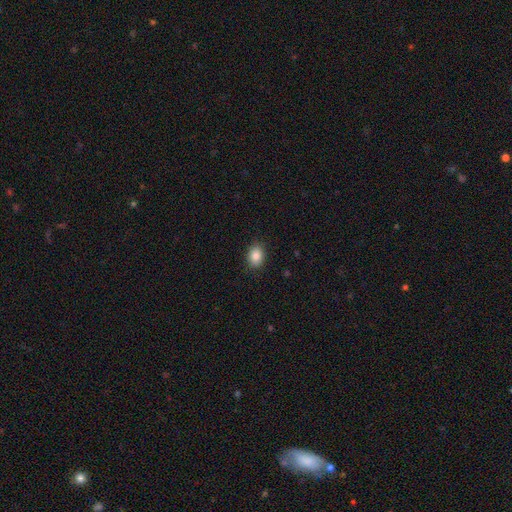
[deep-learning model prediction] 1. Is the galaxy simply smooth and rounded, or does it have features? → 86% smooth, 9% star or artifact, 5% featured or disk.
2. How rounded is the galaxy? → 70% in between, 29% round, 1% cigar-shaped.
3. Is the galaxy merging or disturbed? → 88% none, 9% minor disturbance, 2% major disturbance, 1% merger.